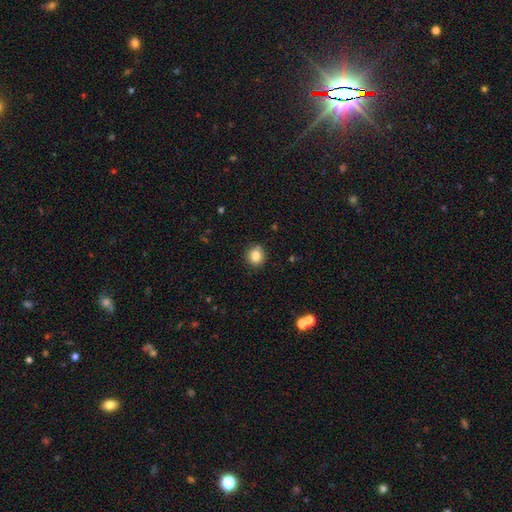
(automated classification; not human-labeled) A smooth galaxy with no disk features (83%) that is round (82%).

Vote fractions:
- Smooth or featured? smooth: 83% / star or artifact: 10% / featured or disk: 6%
- How rounded? round: 82% / in between: 17% / cigar-shaped: 1%
- Merging? none: 86% / minor disturbance: 10% / major disturbance: 2% / merger: 2%